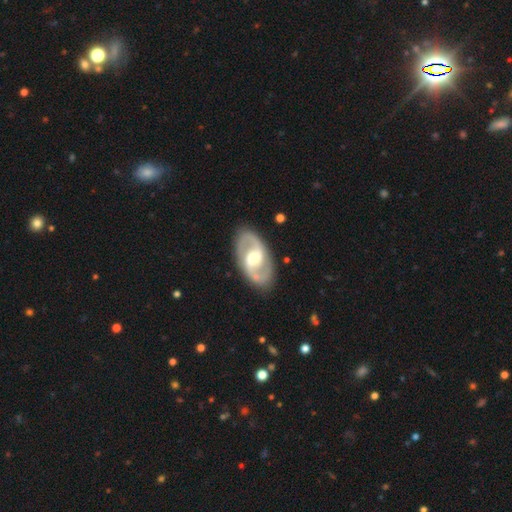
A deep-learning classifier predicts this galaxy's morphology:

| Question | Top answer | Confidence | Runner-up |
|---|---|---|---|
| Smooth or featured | featured or disk | 84% | smooth (12%) |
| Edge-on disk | no | 96% | yes (4%) |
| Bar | weak | 48% | strong (28%) |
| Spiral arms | yes | 90% | no (10%) |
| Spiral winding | medium | 54% | loose (24%) |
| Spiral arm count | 2 | 92% | can't tell (4%) |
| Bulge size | moderate | 66% | small (19%) |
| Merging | none | 86% | minor disturbance (10%) |